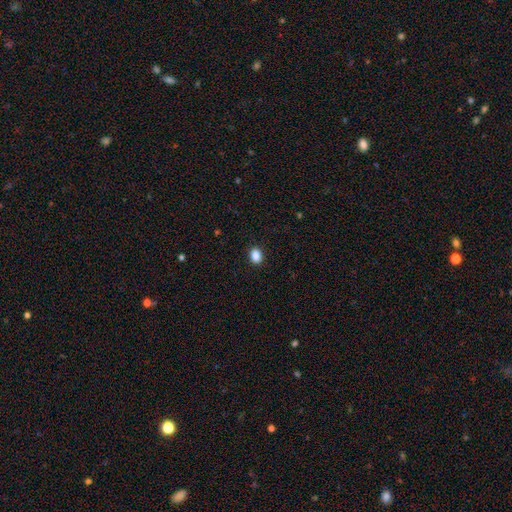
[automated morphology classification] This is clearly a smooth galaxy (88%). How rounded: likely in between (74%). Merging: clearly none (90%).